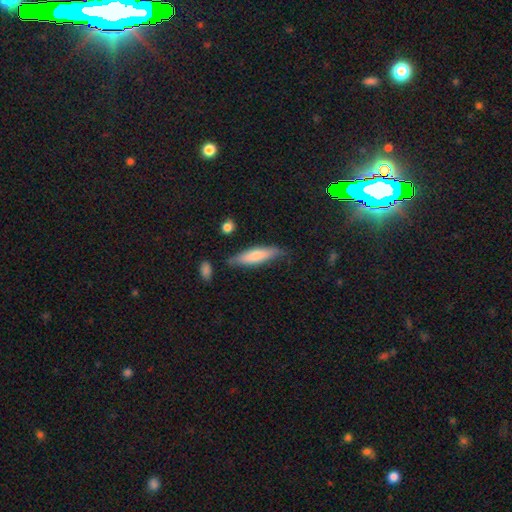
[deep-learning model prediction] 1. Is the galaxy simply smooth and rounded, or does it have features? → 70% smooth, 24% featured or disk, 6% star or artifact.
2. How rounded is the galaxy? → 70% cigar-shaped, 29% in between, 2% round.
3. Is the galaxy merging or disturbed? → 74% none, 19% minor disturbance, 4% major disturbance, 3% merger.